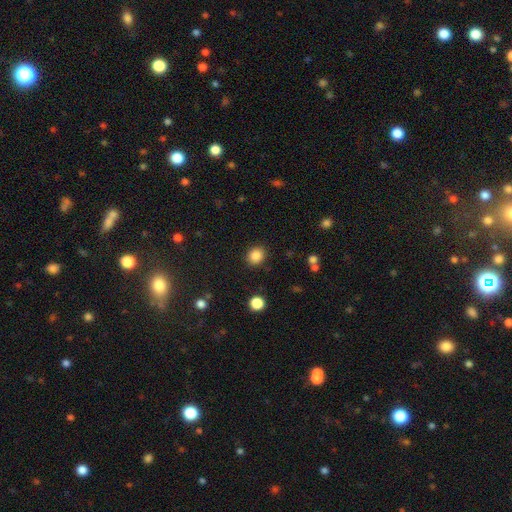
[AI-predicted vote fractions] Overall: smooth (86%). How rounded: round (78%). Merging: none (89%).